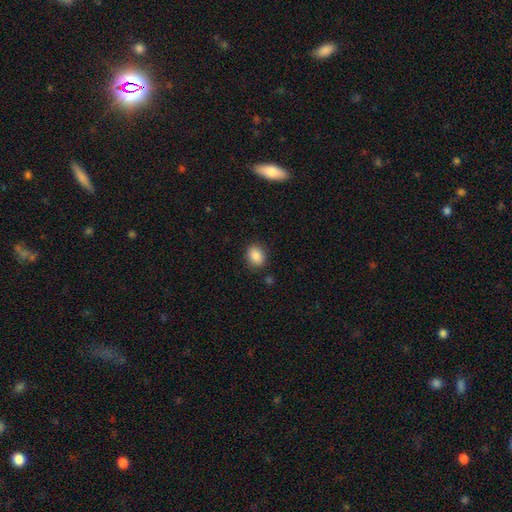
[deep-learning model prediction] This is clearly a smooth galaxy (86%). How rounded: possibly round (53%). Merging: clearly none (87%).